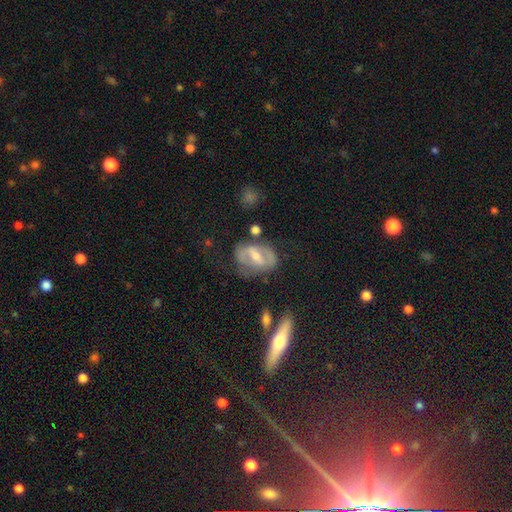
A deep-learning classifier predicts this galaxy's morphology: type=featured or disk (66%); edge-on=no (92%); bar=strong (51%); spiral arms=no (51%); bulge=moderate (53%); merging=none (53%).